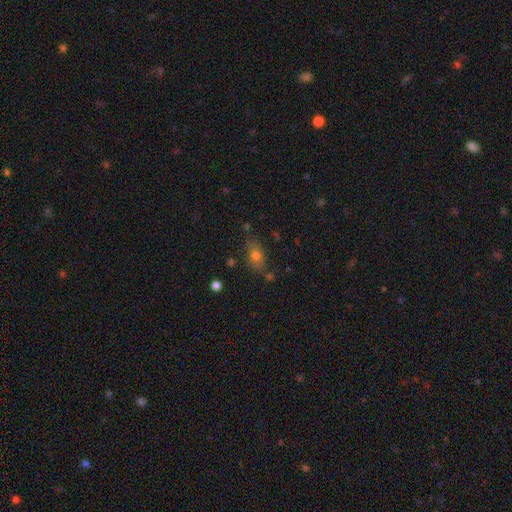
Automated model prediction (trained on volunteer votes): Smooth or featured?
  - smooth: 72% *
  - featured or disk: 15%
  - star or artifact: 13%
How rounded?
  - in between: 73% *
  - round: 22%
  - cigar-shaped: 5%
Merging?
  - none: 67% *
  - minor disturbance: 20%
  - merger: 6%
  - major disturbance: 6%